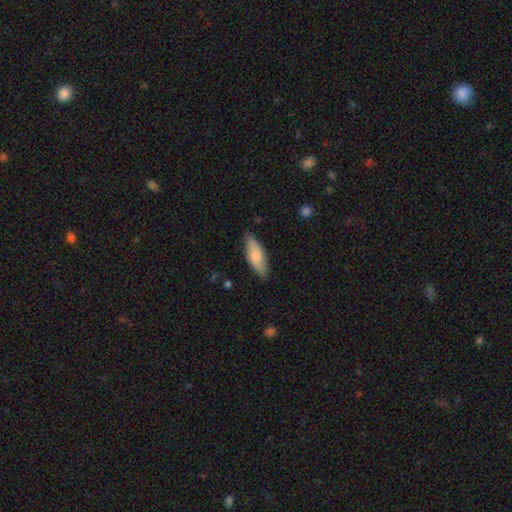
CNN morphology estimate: Smooth or featured?
  - smooth: 75% *
  - featured or disk: 20%
  - star or artifact: 5%
How rounded?
  - in between: 69% *
  - cigar-shaped: 29%
  - round: 2%
Merging?
  - none: 80% *
  - minor disturbance: 16%
  - major disturbance: 2%
  - merger: 1%